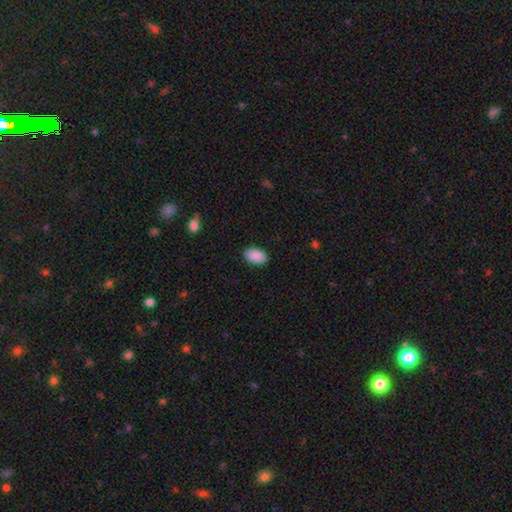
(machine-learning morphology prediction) type=smooth (91%); roundness=in between (92%); merging=none (89%).